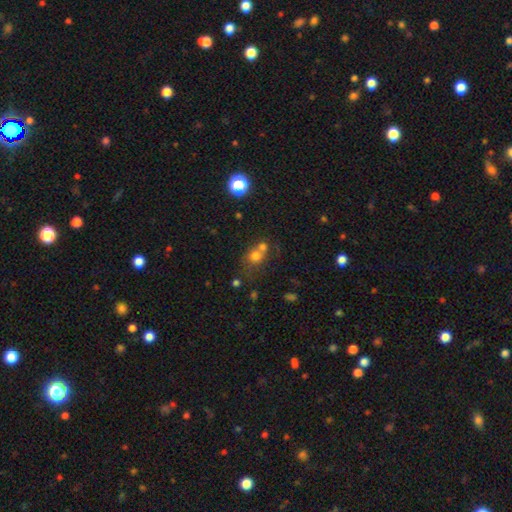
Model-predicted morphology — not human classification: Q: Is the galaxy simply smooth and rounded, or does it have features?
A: smooth — 69%.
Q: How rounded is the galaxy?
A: round — 75%.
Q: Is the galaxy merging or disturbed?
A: merger — 50%.